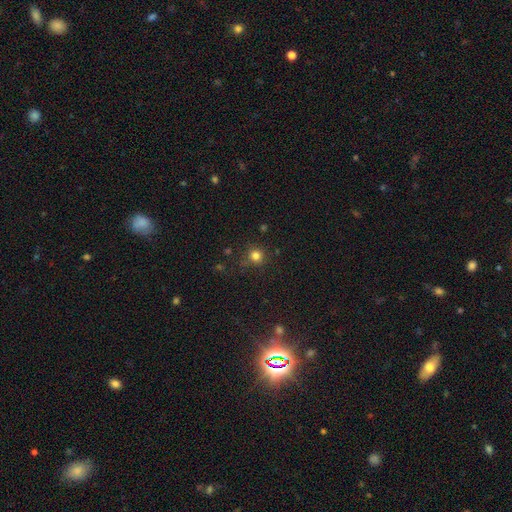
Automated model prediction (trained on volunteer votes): smooth 80%, star or artifact 15%, featured or disk 5%. Down the decision tree: how rounded — round (92%); merging — none (82%).